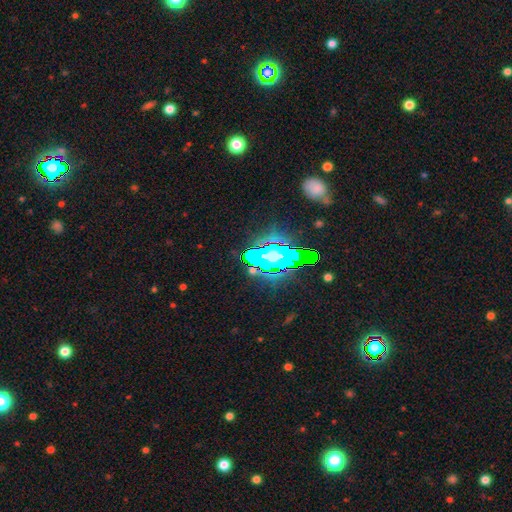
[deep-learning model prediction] The model was most divided on "smooth or featured": star or artifact: 47%, featured or disk: 29%, smooth: 25%.